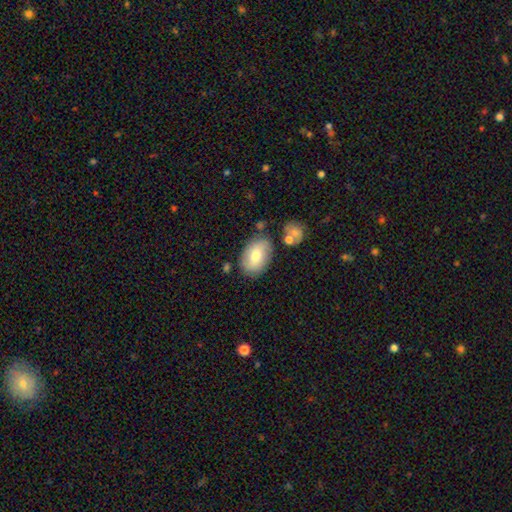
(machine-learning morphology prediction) type=smooth (69%); roundness=in between (86%); merging=none (77%).